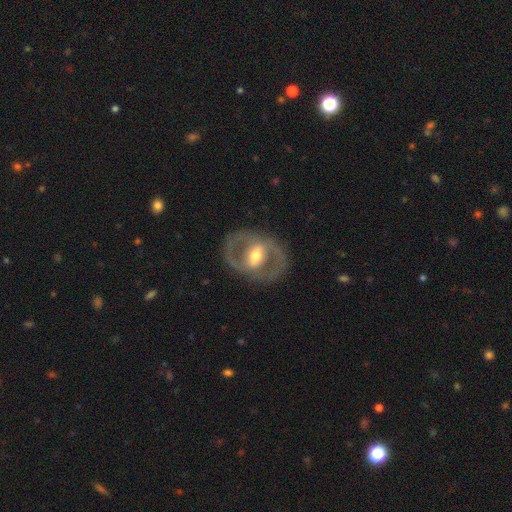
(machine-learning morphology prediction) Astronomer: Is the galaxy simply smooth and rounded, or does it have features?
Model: featured or disk — 78%.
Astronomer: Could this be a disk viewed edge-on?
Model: no — 94%.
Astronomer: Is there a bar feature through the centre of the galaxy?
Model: strong — 43% (runner-up: weak, 35%).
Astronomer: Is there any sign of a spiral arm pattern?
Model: yes — 50%, tied with no at 50%.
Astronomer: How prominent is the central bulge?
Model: moderate — 71%.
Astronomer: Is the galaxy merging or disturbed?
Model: none — 80%.